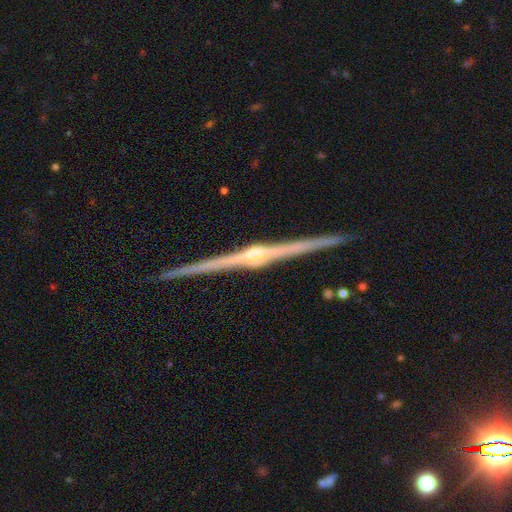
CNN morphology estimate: featured or disk 91%, star or artifact 5%, smooth 4%. Down the decision tree: edge-on disk — yes (99%); edge-on bulge — rounded (83%); merging — none (93%).